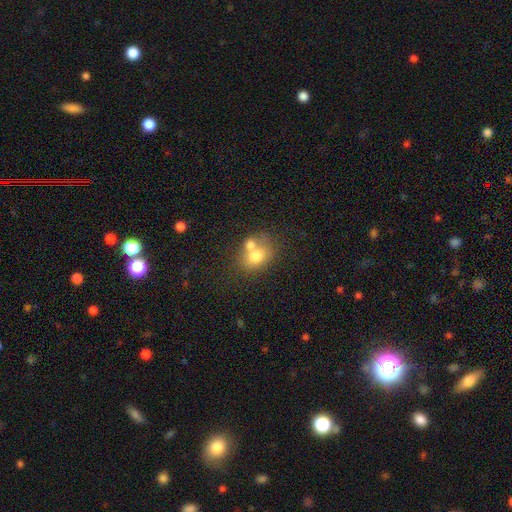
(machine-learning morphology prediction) Smooth or featured? Predicted: smooth (p=0.71). How rounded? Predicted: in between (p=0.56). Merging? Predicted: merger (p=0.51).